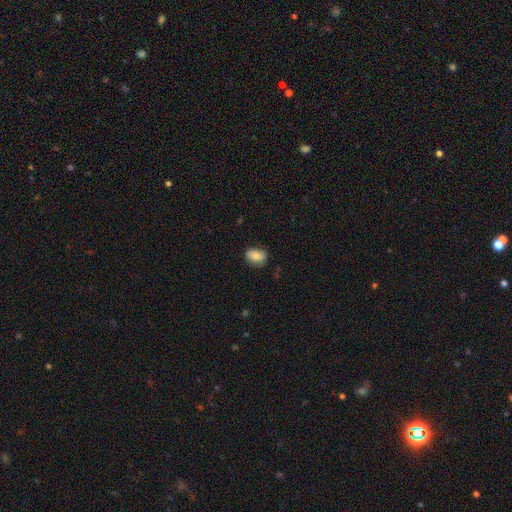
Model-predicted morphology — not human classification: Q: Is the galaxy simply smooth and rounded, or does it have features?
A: smooth — 79%.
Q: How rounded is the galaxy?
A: in between — 76%.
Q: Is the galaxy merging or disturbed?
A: none — 69%.